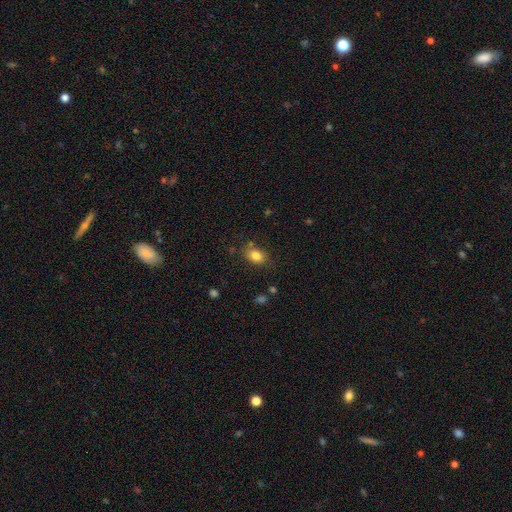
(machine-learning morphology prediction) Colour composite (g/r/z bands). It shows a smooth galaxy with no disk features (82%) that is in between round and cigar-shaped (78%). Merging: none (77%).